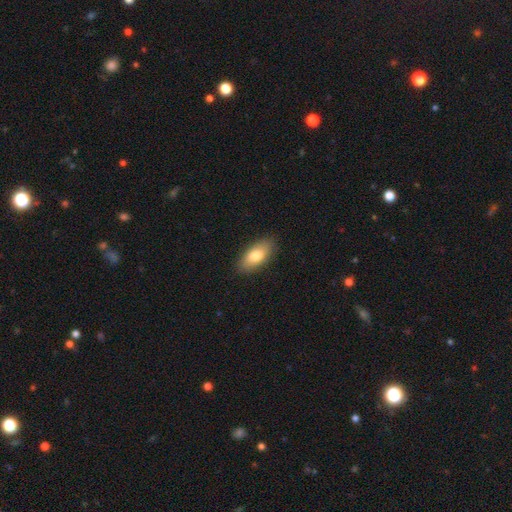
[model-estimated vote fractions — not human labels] Overall: smooth (78%). How rounded: in between (87%). Merging: none (87%).